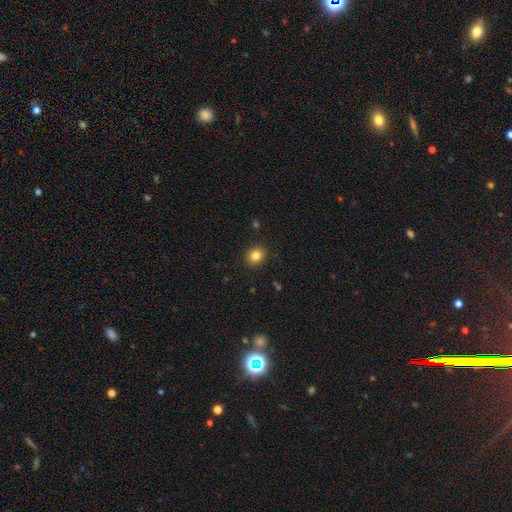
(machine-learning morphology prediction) Smooth or featured? Predicted: smooth (p=0.83). How rounded? Predicted: round (p=0.64). Merging? Predicted: none (p=0.90).